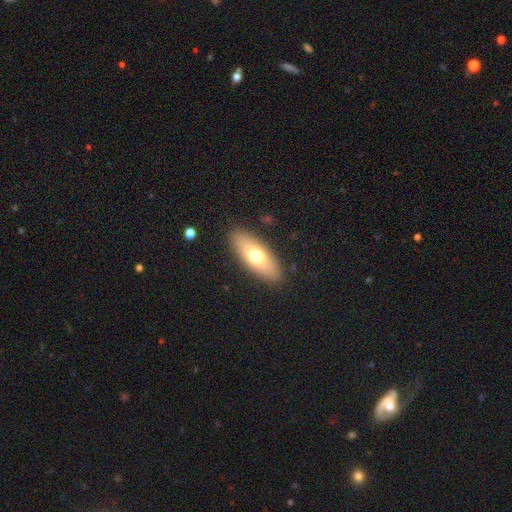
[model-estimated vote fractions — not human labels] Smooth or featured: smooth — 68% (featured or disk — 25%)
How rounded: in between — 72% (cigar-shaped — 26%)
Merging: none — 88% (minor disturbance — 8%)